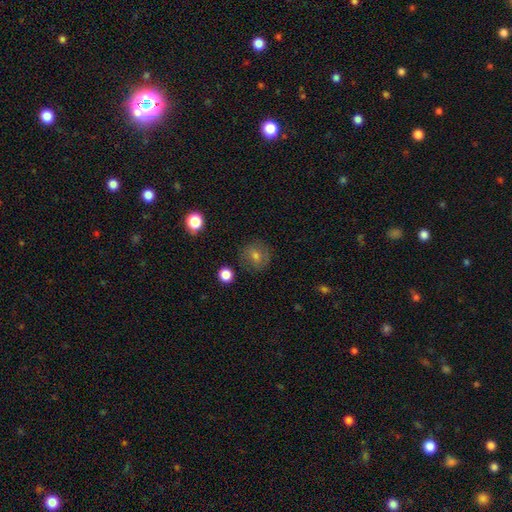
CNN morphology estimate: Smooth or featured? smooth (59%)
How rounded? round (89%)
Merging? none (84%)